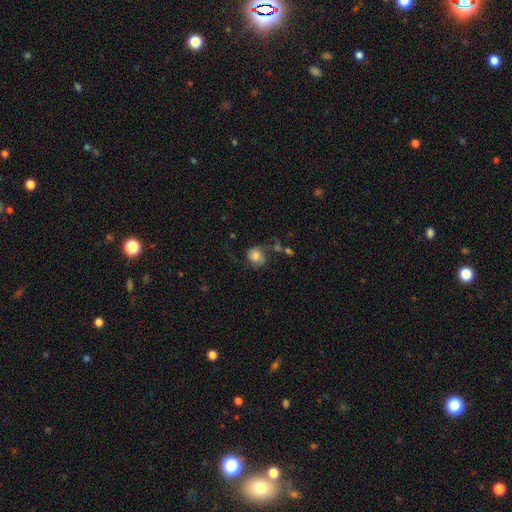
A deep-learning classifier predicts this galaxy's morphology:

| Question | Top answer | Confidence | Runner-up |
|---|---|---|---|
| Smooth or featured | smooth | 56% | featured or disk (35%) |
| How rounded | round | 73% | in between (26%) |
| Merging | none | 48% | minor disturbance (25%) |